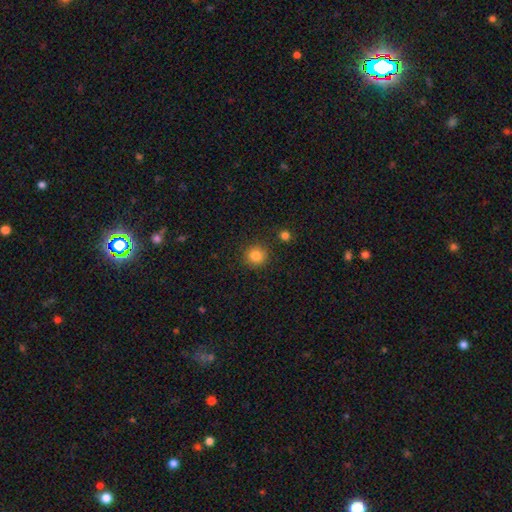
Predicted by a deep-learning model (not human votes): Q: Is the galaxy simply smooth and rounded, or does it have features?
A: smooth — 83%.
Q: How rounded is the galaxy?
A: round — 92%.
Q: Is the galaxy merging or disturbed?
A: none — 88%.